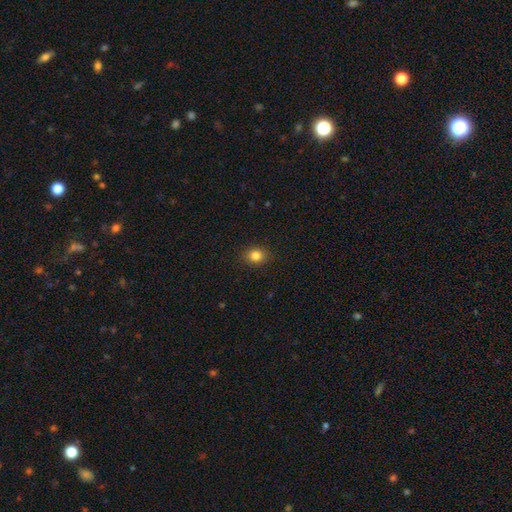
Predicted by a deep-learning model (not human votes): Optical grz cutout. It shows a smooth galaxy with no disk features (83%) that is round (69%). Merging: none (90%).